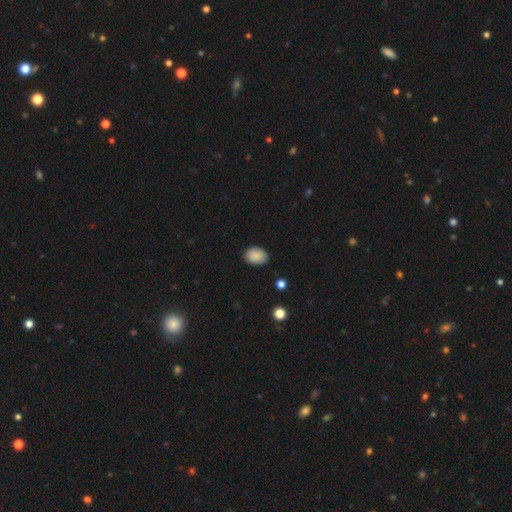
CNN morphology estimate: Q: Smooth or featured?
A: smooth (88%); runner-up: star or artifact (8%)
Q: How rounded?
A: in between (77%); runner-up: round (22%)
Q: Merging?
A: none (84%); runner-up: minor disturbance (13%)